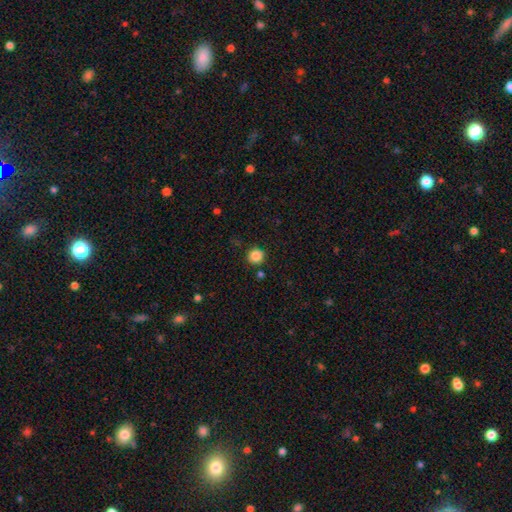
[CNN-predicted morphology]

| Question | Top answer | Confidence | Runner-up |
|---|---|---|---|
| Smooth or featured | smooth | 87% | star or artifact (10%) |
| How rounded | round | 95% | in between (4%) |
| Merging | none | 89% | minor disturbance (6%) |